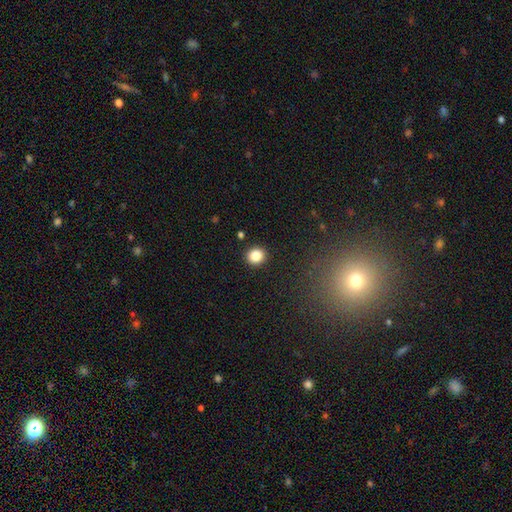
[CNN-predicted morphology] Smooth or featured? smooth (85%)
How rounded? round (89%)
Merging? none (92%)